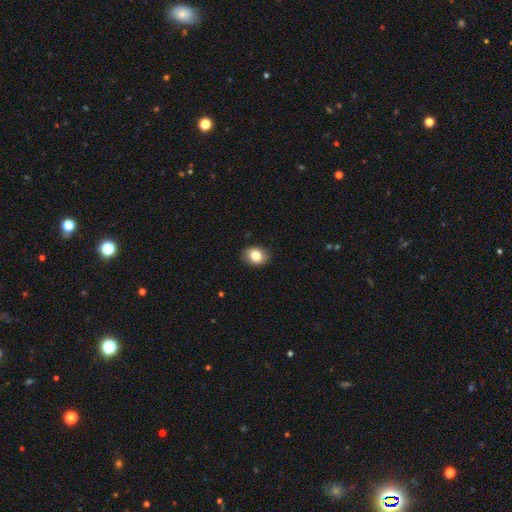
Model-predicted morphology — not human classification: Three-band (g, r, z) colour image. It shows a smooth galaxy with no disk features (83%) that is in between round and cigar-shaped (59%). Merging: none (87%).